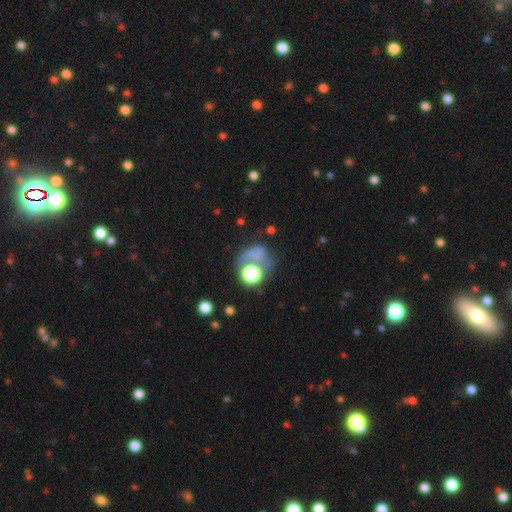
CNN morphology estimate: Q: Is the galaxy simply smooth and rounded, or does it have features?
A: smooth — 54%.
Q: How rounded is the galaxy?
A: round — 66%.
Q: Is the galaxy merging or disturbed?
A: none — 38%.